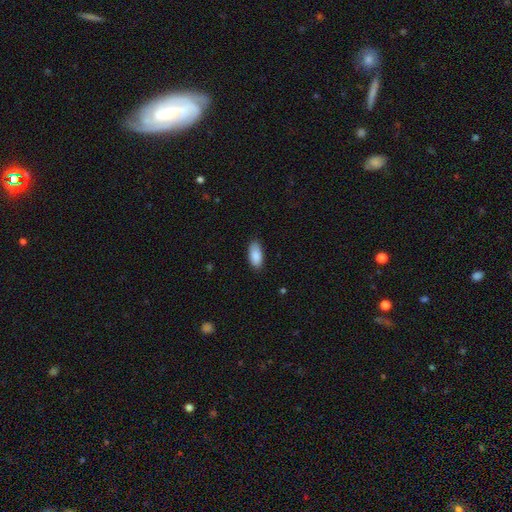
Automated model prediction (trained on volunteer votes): smooth_or_featured: smooth (p=0.89) [alt: star or artifact p=0.06]
how_rounded: in between (p=0.91) [alt: cigar-shaped p=0.07]
merging: none (p=0.85) [alt: minor disturbance p=0.12]